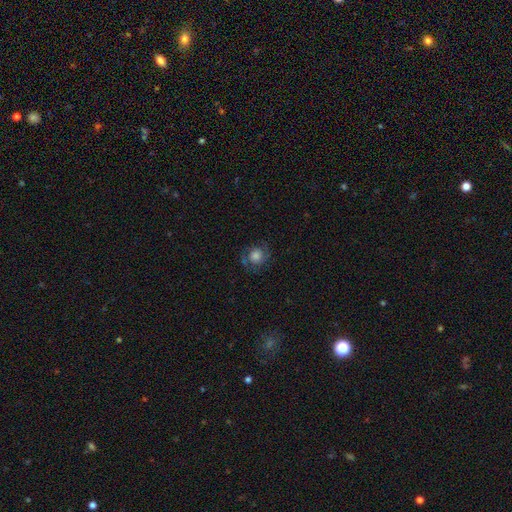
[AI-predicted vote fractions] This appears to be a featured or disk galaxy (51%). Merging: none (74%).